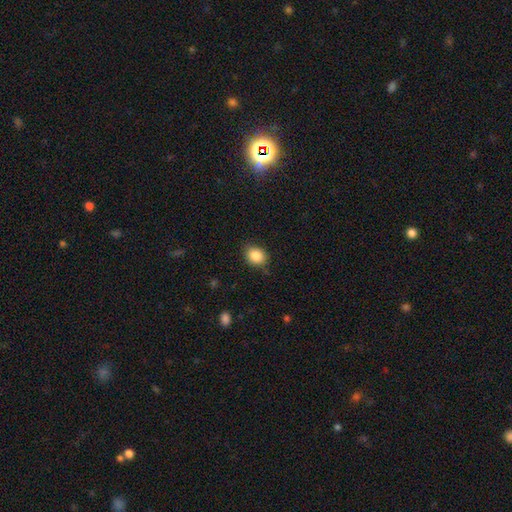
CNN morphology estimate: smooth 86%, star or artifact 9%, featured or disk 5%. Down the decision tree: how rounded — round (52%); merging — none (82%).